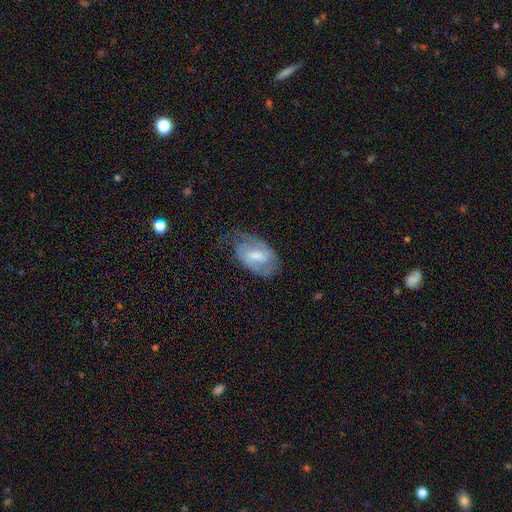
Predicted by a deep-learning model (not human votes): A featured or disk galaxy (57%) with a weak bar (54%), spiral arms (78%) and a moderate central bulge (46%).

Vote fractions:
- Smooth or featured? featured or disk: 57% / smooth: 36% / star or artifact: 7%
- Edge-on disk? no: 95% / yes: 5%
- Bar? weak: 54% / no: 26% / strong: 20%
- Spiral arms? yes: 78% / no: 22%
- Bulge size? moderate: 46% / small: 28% / large: 12% / none: 12% / dominant: 2%
- Merging? none: 54% / minor disturbance: 29% / major disturbance: 15% / merger: 1%